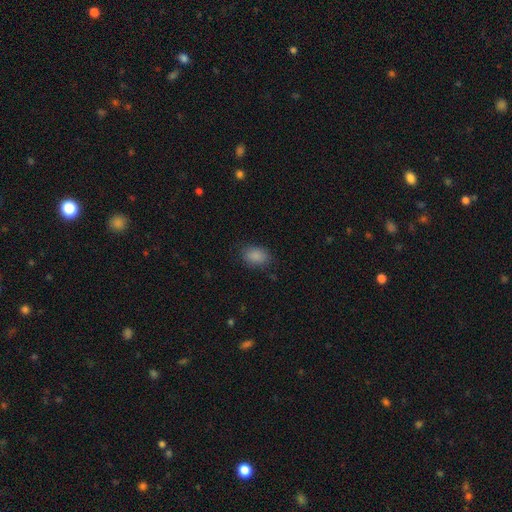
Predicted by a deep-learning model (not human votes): Smooth or featured? Predicted: smooth (p=0.87). How rounded? Predicted: in between (p=0.80). Merging? Predicted: none (p=0.81).